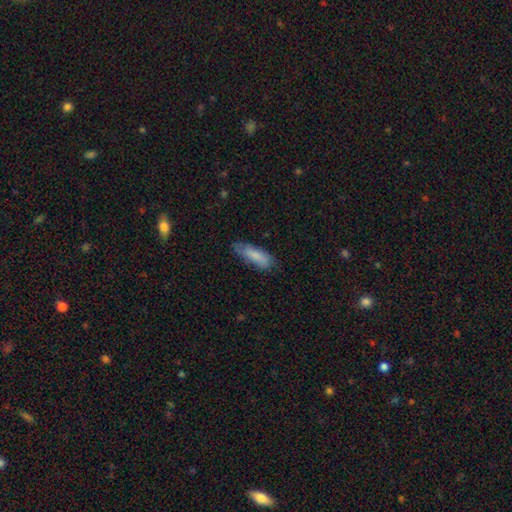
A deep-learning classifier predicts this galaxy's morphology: Smooth or featured? smooth (81%)
How rounded? in between (54%)
Merging? none (68%)